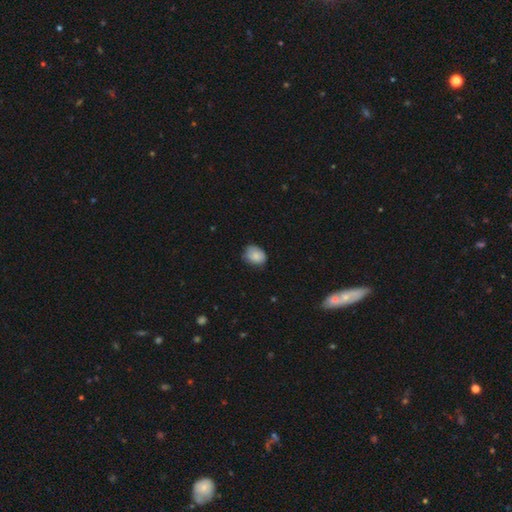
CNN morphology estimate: This appears to be a smooth galaxy with no disk features (84%) that is in between round and cigar-shaped (61%). Merging: none (66%).